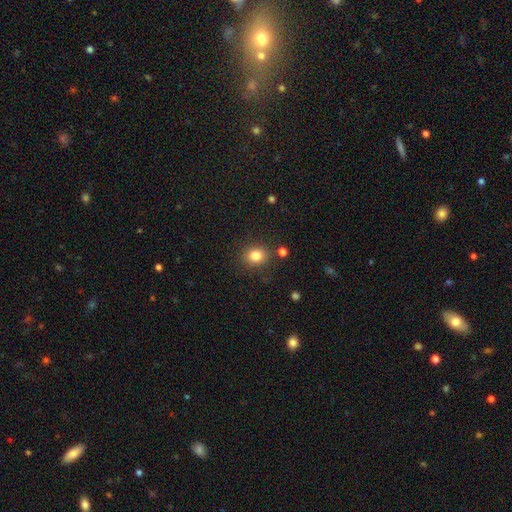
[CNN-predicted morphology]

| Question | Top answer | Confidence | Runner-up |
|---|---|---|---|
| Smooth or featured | smooth | 82% | star or artifact (12%) |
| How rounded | round | 74% | in between (25%) |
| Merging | none | 84% | minor disturbance (9%) |